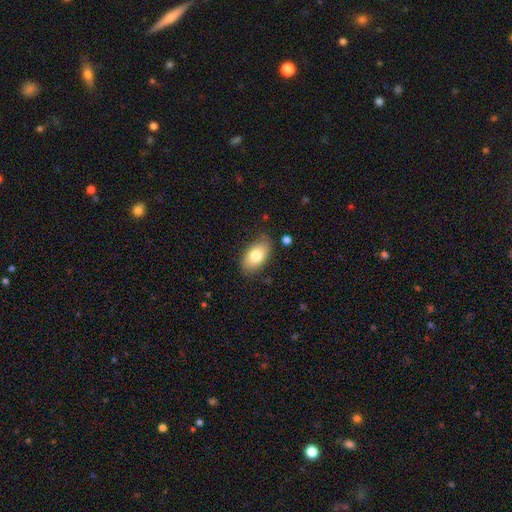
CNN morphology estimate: Smooth or featured? Predicted: smooth (p=0.78). How rounded? Predicted: in between (p=0.93). Merging? Predicted: none (p=0.81).